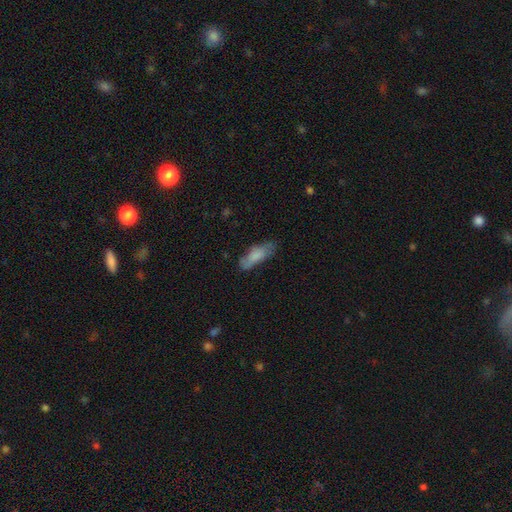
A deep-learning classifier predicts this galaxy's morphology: type=smooth (71%); roundness=in between (60%); merging=none (62%).